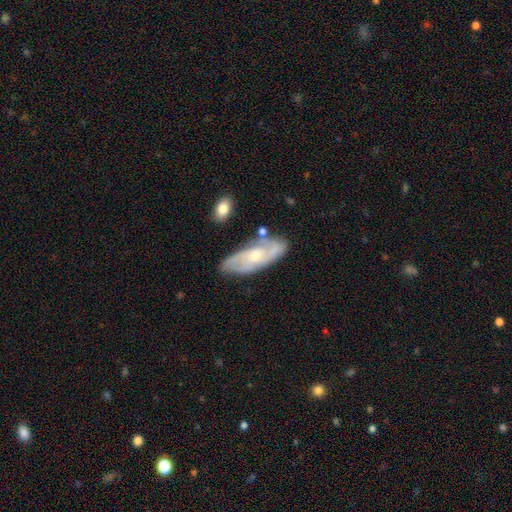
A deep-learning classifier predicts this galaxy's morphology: Smooth or featured: featured or disk — 70% (smooth — 24%)
Edge-on disk: no — 87% (yes — 13%)
Bar: no — 69% (weak — 27%)
Spiral arms: yes — 86% (no — 14%)
Spiral winding: tight — 43% (medium — 41%)
Spiral arm count: can't tell — 37% (2 — 36%)
Bulge size: small — 50% (moderate — 44%)
Merging: none — 69% (minor disturbance — 20%)